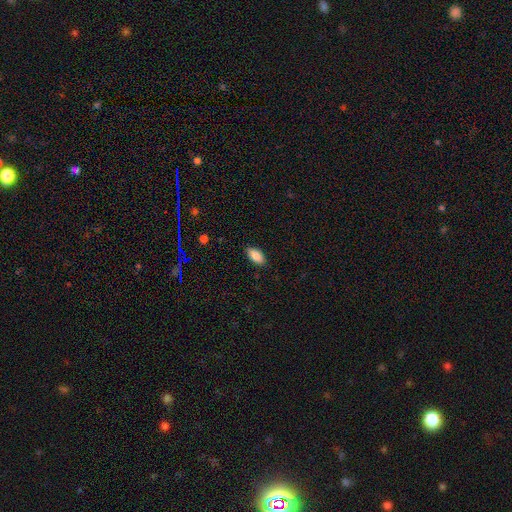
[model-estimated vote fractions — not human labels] Q: Smooth or featured?
A: smooth (87%); runner-up: star or artifact (8%)
Q: How rounded?
A: in between (92%); runner-up: cigar-shaped (5%)
Q: Merging?
A: none (87%); runner-up: minor disturbance (10%)